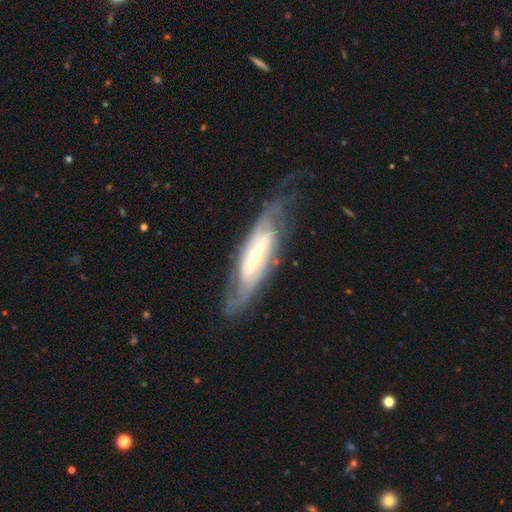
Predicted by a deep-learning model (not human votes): Smooth or featured?
  - featured or disk: 85% *
  - smooth: 9%
  - star or artifact: 5%
Edge-on disk?
  - no: 83% *
  - yes: 17%
Bar?
  - strong: 53% *
  - weak: 31%
  - no: 16%
Spiral arms?
  - yes: 91% *
  - no: 9%
Spiral winding?
  - tight: 42% *
  - medium: 39%
  - loose: 19%
Spiral arm count?
  - 2: 62% *
  - can't tell: 23%
  - 3: 6%
  - 4: 3%
  - 1: 3%
  - more than 4: 3%
Bulge size?
  - small: 59% *
  - moderate: 35%
  - large: 3%
  - none: 1%
  - dominant: 1%
Merging?
  - none: 67% *
  - minor disturbance: 19%
  - major disturbance: 12%
  - merger: 2%